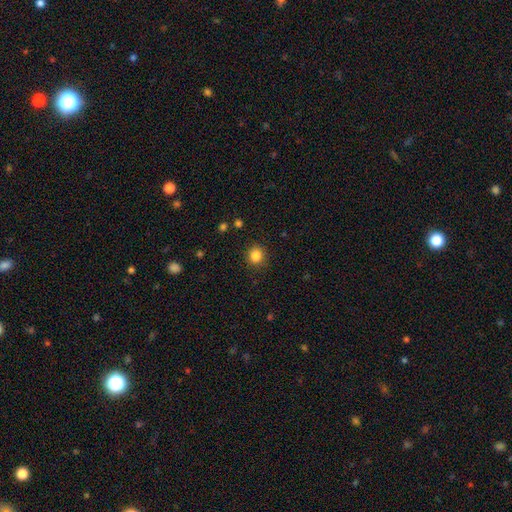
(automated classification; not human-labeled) Smooth or featured? Predicted: smooth (p=0.85). How rounded? Predicted: round (p=0.87). Merging? Predicted: none (p=0.89).